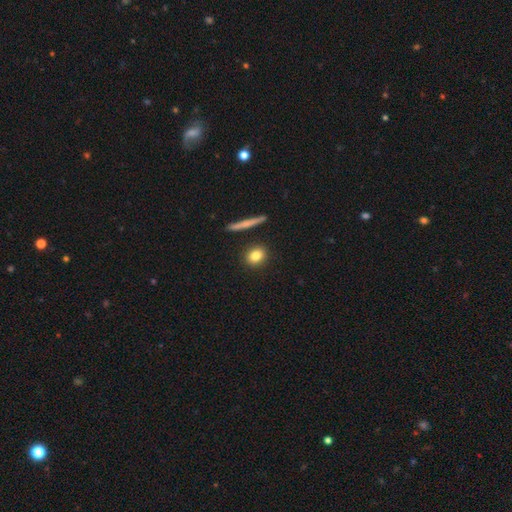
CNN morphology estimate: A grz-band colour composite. It shows a smooth galaxy with no disk features (82%) that is round (66%). Merging: none (88%).